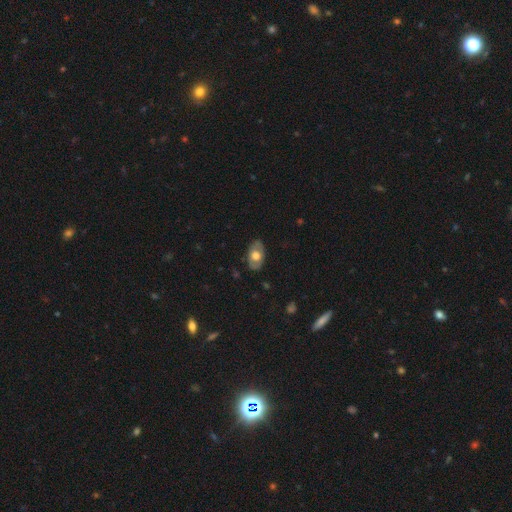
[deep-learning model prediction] Overall: smooth (52%; featured or disk 42%). How rounded: in between (88%). Merging: none (80%).